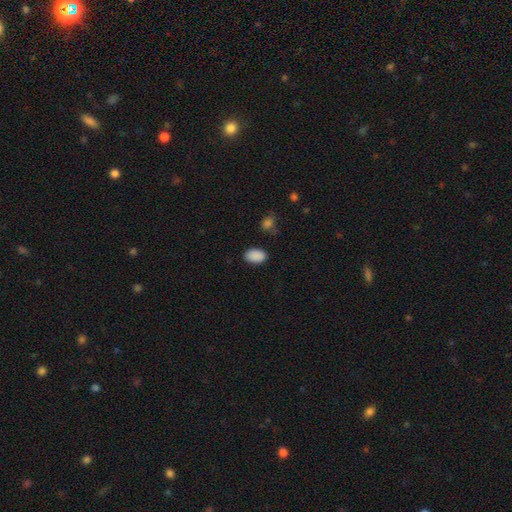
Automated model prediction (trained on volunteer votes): Smooth or featured: smooth — 89% (star or artifact — 8%)
How rounded: in between — 91% (round — 8%)
Merging: none — 85% (minor disturbance — 10%)